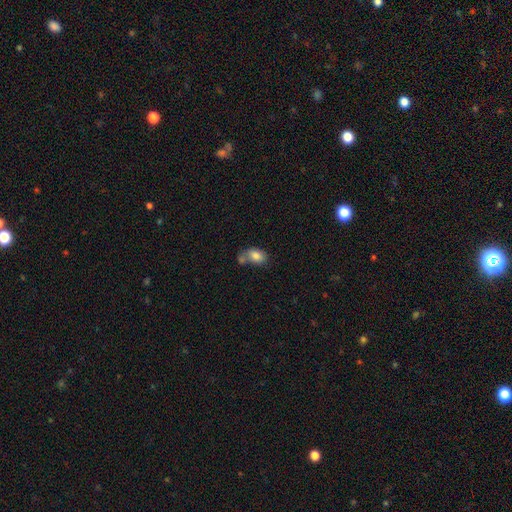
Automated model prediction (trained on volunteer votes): Q: Smooth or featured?
A: smooth (81%); runner-up: featured or disk (11%)
Q: How rounded?
A: in between (86%); runner-up: round (13%)
Q: Merging?
A: none (39%); runner-up: merger (36%)